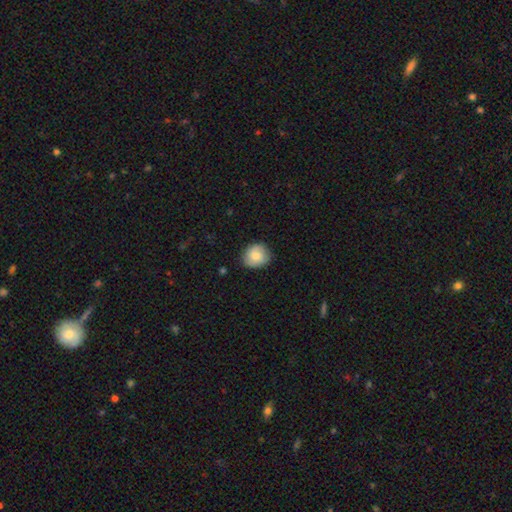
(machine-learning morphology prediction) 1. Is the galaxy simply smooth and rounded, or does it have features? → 80% smooth, 12% featured or disk, 7% star or artifact.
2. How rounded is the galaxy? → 76% round, 23% in between, 1% cigar-shaped.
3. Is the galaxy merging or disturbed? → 82% none, 14% minor disturbance, 3% major disturbance, 1% merger.